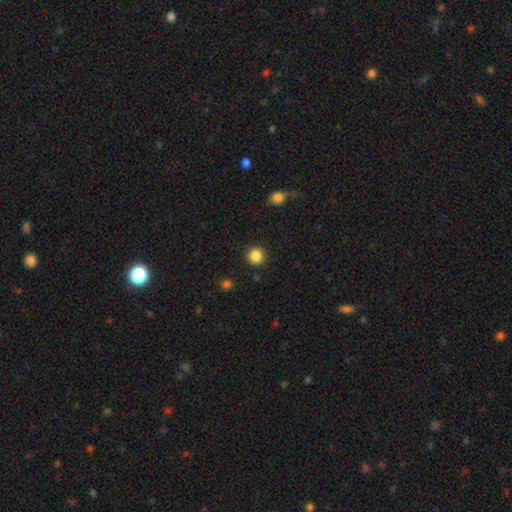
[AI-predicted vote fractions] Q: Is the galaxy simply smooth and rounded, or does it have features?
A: smooth — 86%.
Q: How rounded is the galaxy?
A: round — 93%.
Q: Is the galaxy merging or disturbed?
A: none — 91%.